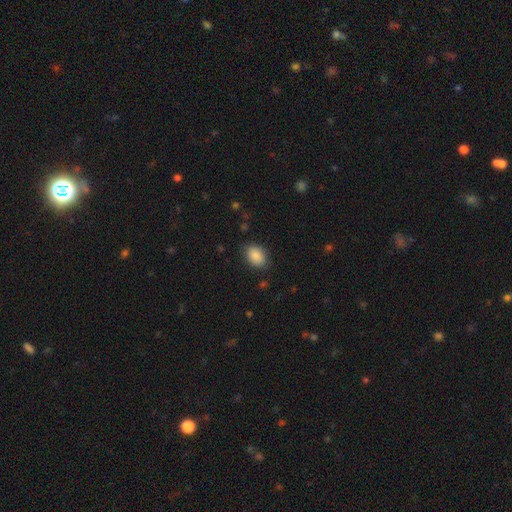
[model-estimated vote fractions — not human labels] A smooth galaxy with no disk features (88%) that is in between round and cigar-shaped (83%).

Vote fractions:
- Smooth or featured? smooth: 88% / star or artifact: 7% / featured or disk: 5%
- How rounded? in between: 83% / round: 16% / cigar-shaped: 1%
- Merging? none: 83% / minor disturbance: 13% / major disturbance: 3% / merger: 1%